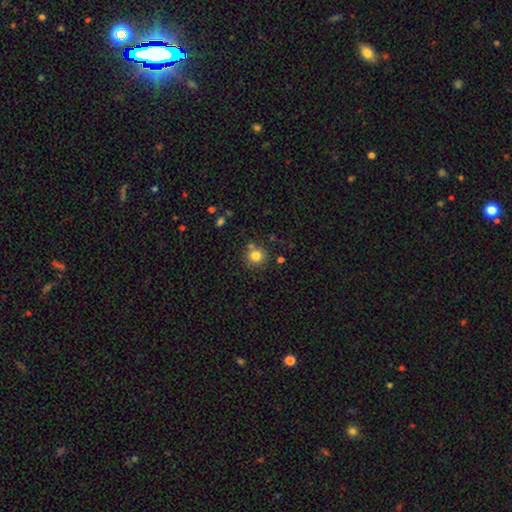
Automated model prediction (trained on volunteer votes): The model was most divided on "merging": none: 77%, minor disturbance: 10%, merger: 10%, major disturbance: 3%. More confident: how rounded — round (92%); smooth or featured — smooth (81%).